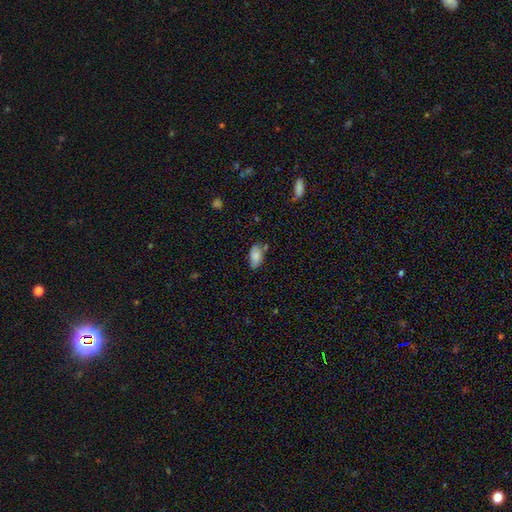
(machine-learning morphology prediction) Q: Smooth or featured?
A: smooth (83%); runner-up: featured or disk (9%)
Q: How rounded?
A: in between (92%); runner-up: round (4%)
Q: Merging?
A: none (65%); runner-up: minor disturbance (23%)